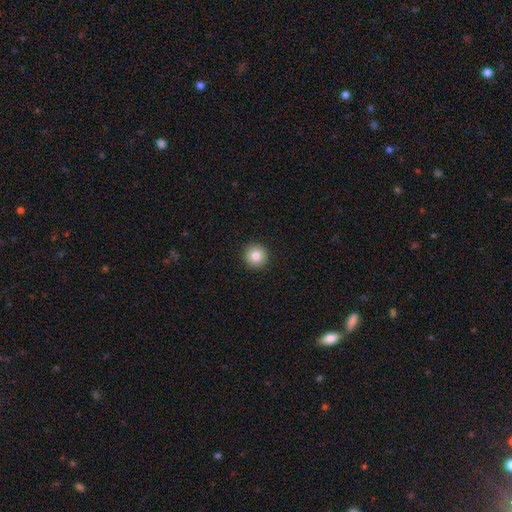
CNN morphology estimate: Smooth or featured?
  - smooth: 83% *
  - star or artifact: 10%
  - featured or disk: 7%
How rounded?
  - round: 96% *
  - in between: 3%
  - cigar-shaped: 1%
Merging?
  - none: 93% *
  - minor disturbance: 4%
  - major disturbance: 2%
  - merger: 1%